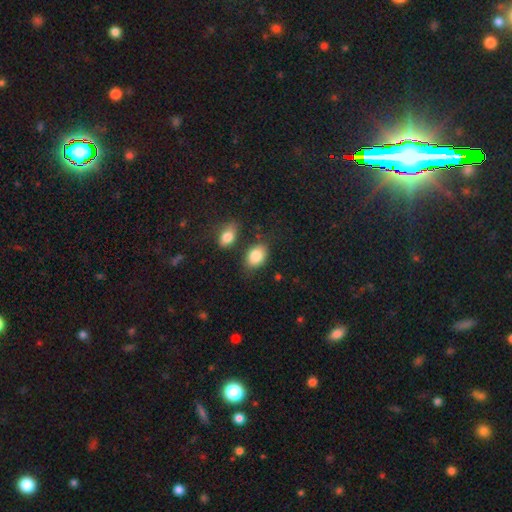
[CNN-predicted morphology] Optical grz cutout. It shows a smooth galaxy with no disk features (86%) that is in between round and cigar-shaped (84%). Merging: none (72%).